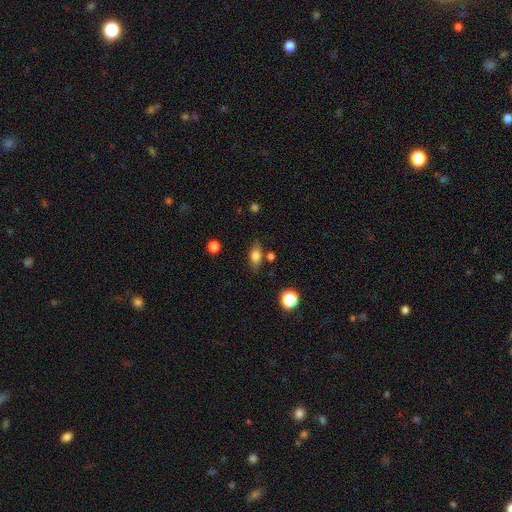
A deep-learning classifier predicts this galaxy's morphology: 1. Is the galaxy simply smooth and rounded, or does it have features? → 77% smooth, 13% featured or disk, 10% star or artifact.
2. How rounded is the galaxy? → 79% in between, 11% round, 10% cigar-shaped.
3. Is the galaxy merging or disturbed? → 76% none, 15% minor disturbance, 6% merger, 4% major disturbance.